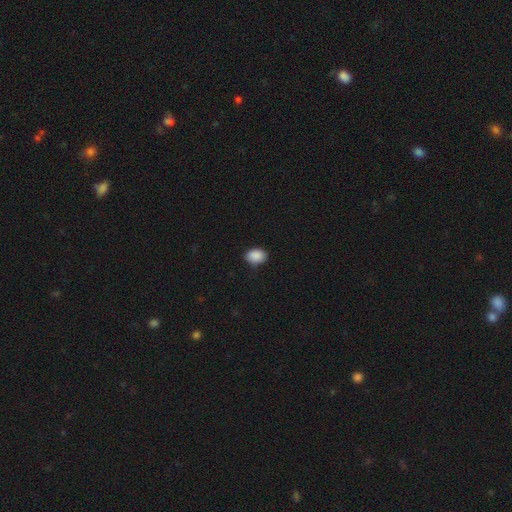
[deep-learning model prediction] smooth_or_featured: smooth (p=0.89) [alt: star or artifact p=0.08]
how_rounded: in between (p=0.71) [alt: round p=0.28]
merging: none (p=0.84) [alt: minor disturbance p=0.13]